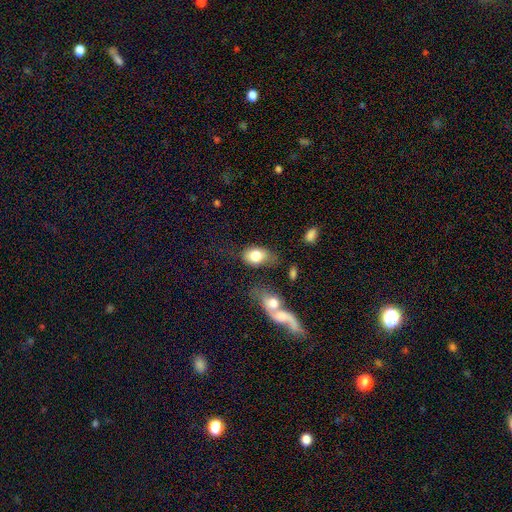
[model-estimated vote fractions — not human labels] Morphology: type=smooth (77%); roundness=in between (82%); merging=none (50%).